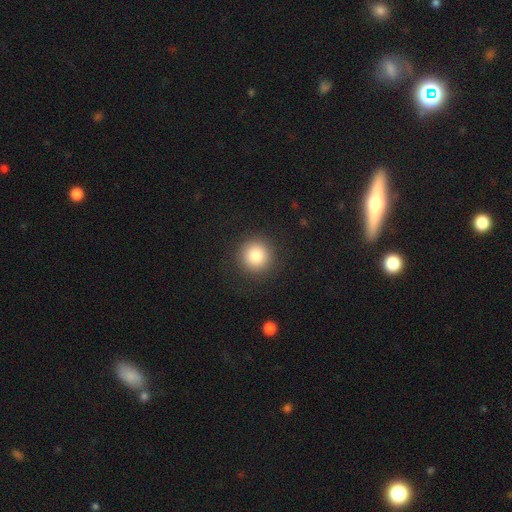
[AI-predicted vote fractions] This appears to be a smooth galaxy with no disk features (84%) that is round (95%). Merging: none (90%).